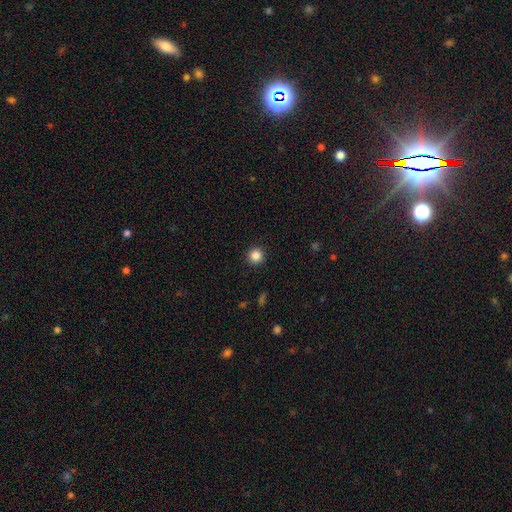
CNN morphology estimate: Q: Smooth or featured?
A: smooth (85%); runner-up: star or artifact (11%)
Q: How rounded?
A: round (95%); runner-up: in between (4%)
Q: Merging?
A: none (92%); runner-up: minor disturbance (5%)